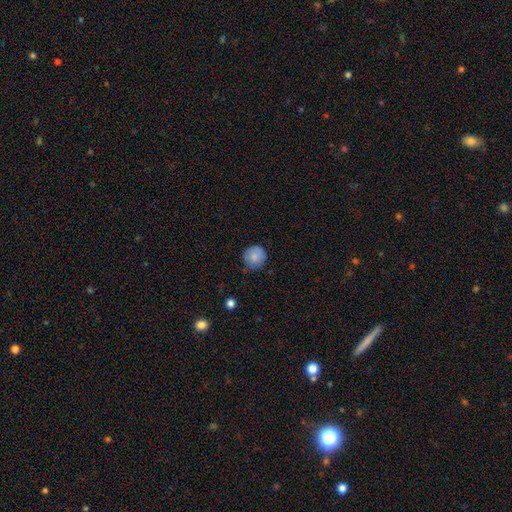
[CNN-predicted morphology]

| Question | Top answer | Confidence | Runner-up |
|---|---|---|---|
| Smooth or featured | smooth | 83% | featured or disk (9%) |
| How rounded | round | 90% | in between (9%) |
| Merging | none | 70% | minor disturbance (25%) |